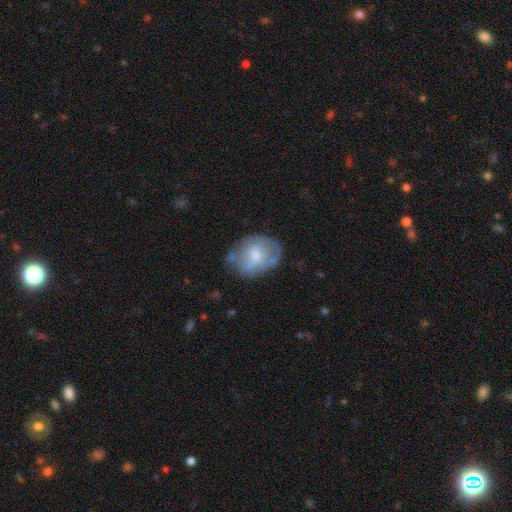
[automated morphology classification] Overall: smooth (48%; featured or disk 45%). Merging: none (54%; minor disturbance 28%).